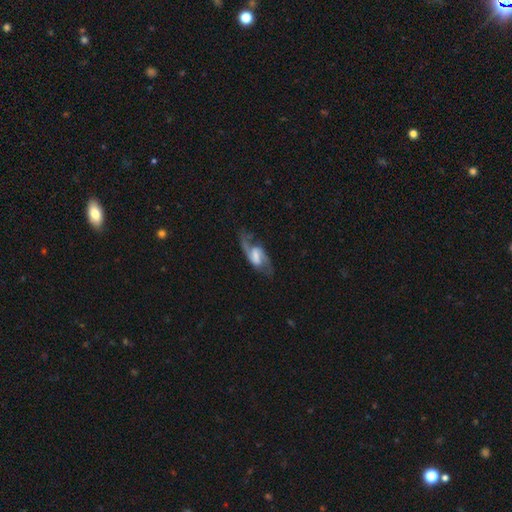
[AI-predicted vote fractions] Smooth or featured: featured or disk — 84% (smooth — 10%)
Edge-on disk: no — 95% (yes — 5%)
Bar: weak — 49% (strong — 34%)
Spiral arms: yes — 95% (no — 5%)
Spiral winding: medium — 48% (loose — 40%)
Spiral arm count: 2 — 91% (can't tell — 3%)
Bulge size: moderate — 32% (small — 29%)
Merging: none — 73% (minor disturbance — 16%)